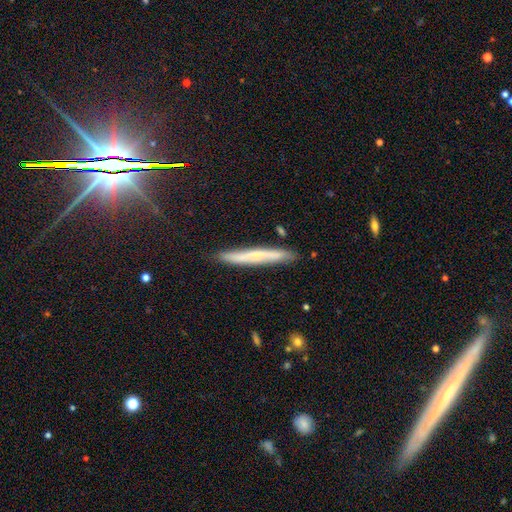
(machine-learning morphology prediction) This appears to be a featured or disk galaxy (48%). Merging: none (87%).